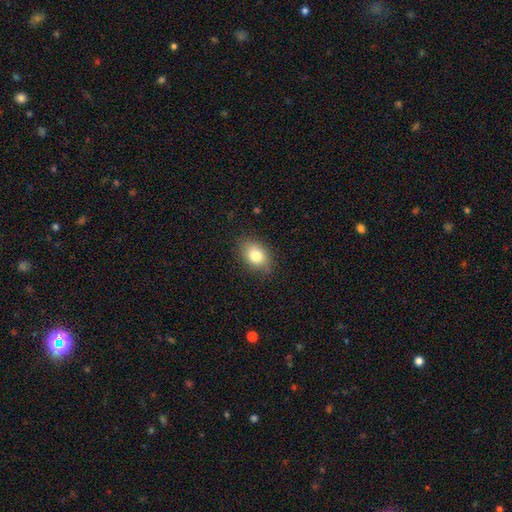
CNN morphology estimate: type=smooth (80%); roundness=in between (79%); merging=none (81%).